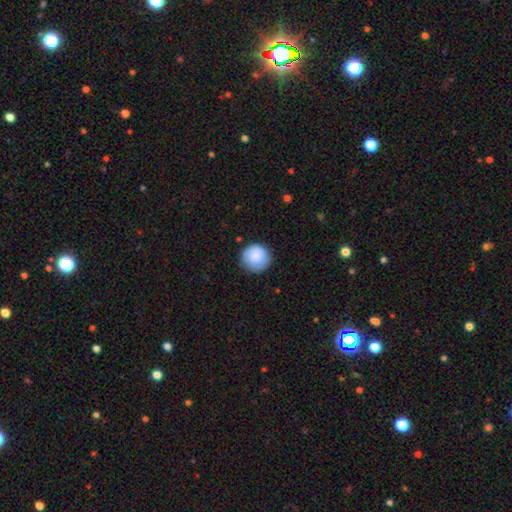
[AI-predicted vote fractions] Smooth or featured?
  - smooth: 82% *
  - featured or disk: 12%
  - star or artifact: 6%
How rounded?
  - round: 93% *
  - in between: 6%
  - cigar-shaped: 1%
Merging?
  - none: 85% *
  - minor disturbance: 11%
  - major disturbance: 3%
  - merger: 1%